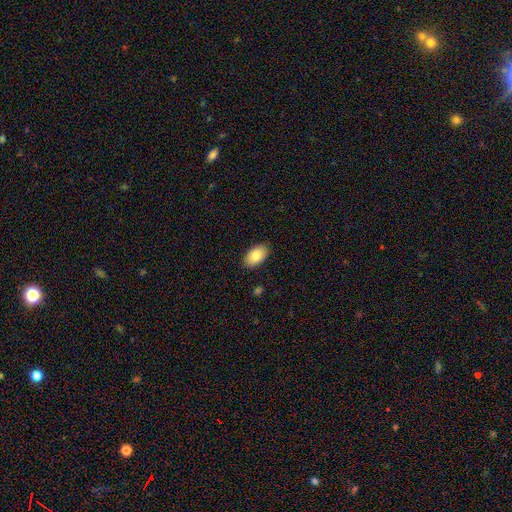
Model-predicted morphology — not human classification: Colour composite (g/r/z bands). It shows a smooth galaxy with no disk features (84%) that is in between round and cigar-shaped (94%). Merging: none (88%).